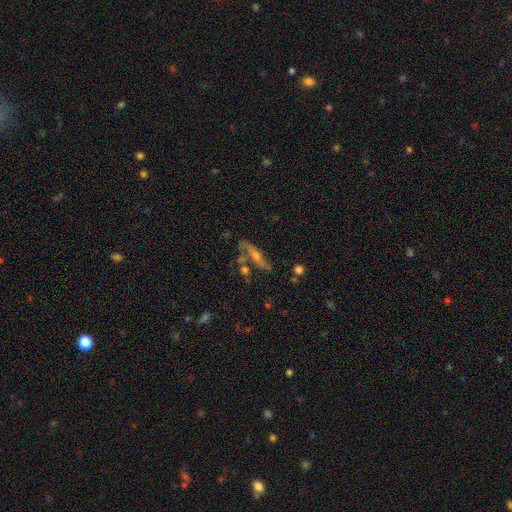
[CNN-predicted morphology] Smooth or featured? featured or disk (65%)
Edge-on disk? yes (58%)
Merging? none (57%)